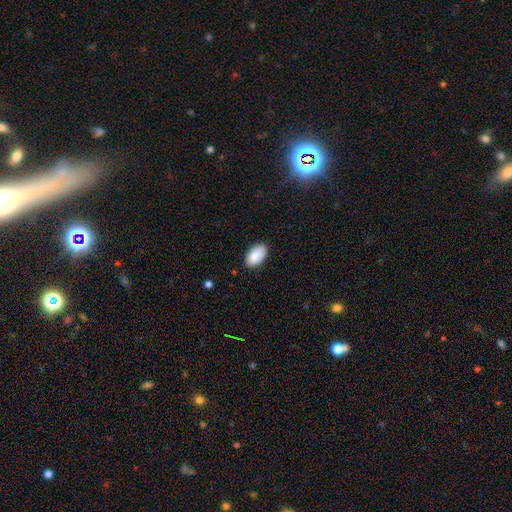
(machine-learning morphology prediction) smooth_or_featured: smooth (p=0.89) [alt: star or artifact p=0.06]
how_rounded: in between (p=0.95) [alt: round p=0.03]
merging: none (p=0.85) [alt: minor disturbance p=0.12]